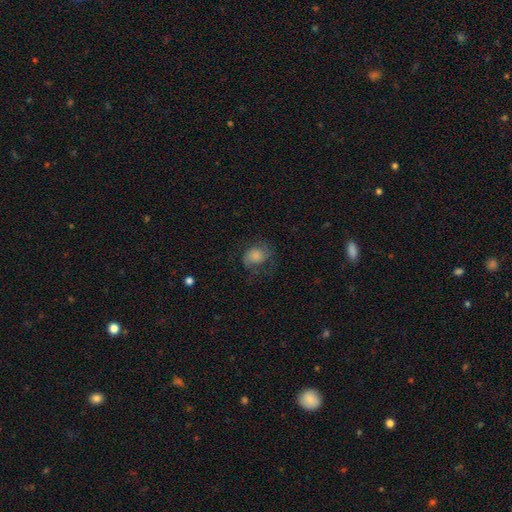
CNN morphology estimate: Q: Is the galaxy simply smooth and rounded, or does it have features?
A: smooth — 49%.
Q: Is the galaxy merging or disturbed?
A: none — 57%.